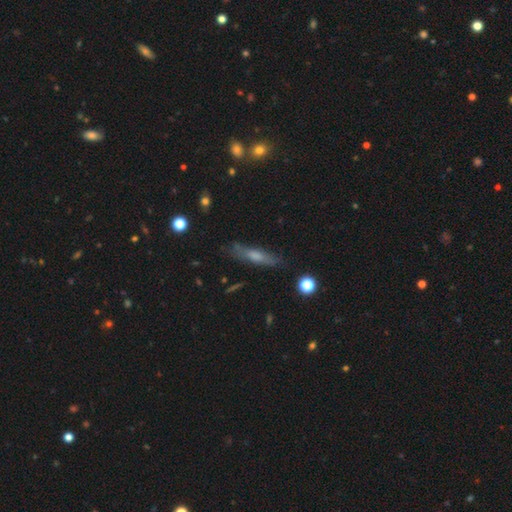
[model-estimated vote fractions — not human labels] Smooth or featured? smooth (52%)
How rounded? cigar-shaped (76%)
Merging? none (74%)